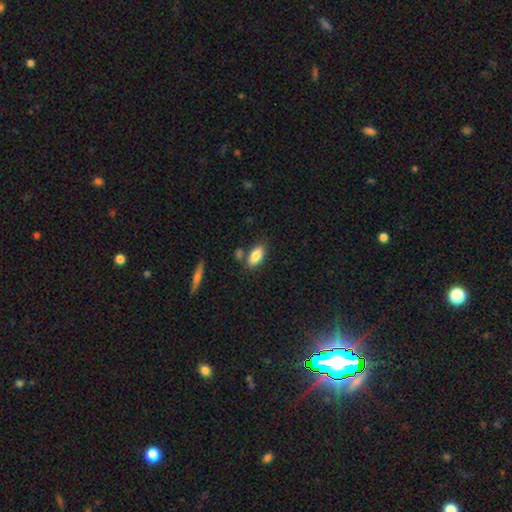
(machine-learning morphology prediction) Smooth or featured? Predicted: smooth (p=0.83). How rounded? Predicted: in between (p=0.88). Merging? Predicted: none (p=0.73).